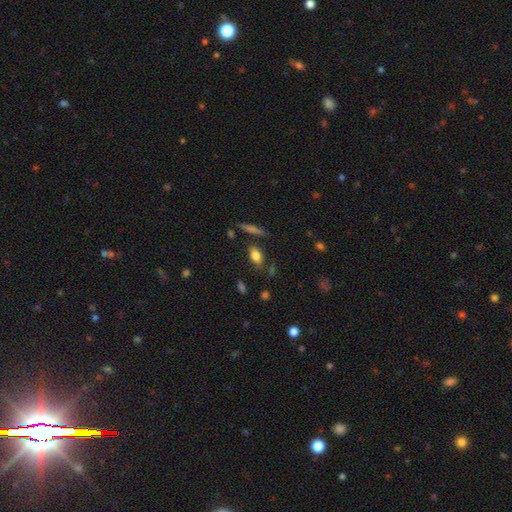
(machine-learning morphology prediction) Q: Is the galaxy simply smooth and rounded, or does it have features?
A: smooth — 79%.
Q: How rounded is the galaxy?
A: in between — 84%.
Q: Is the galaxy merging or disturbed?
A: none — 78%.